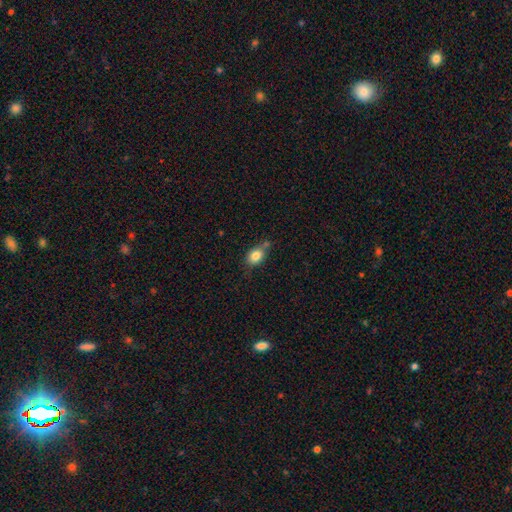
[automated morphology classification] This appears to be a smooth galaxy with no disk features (81%) that is in between round and cigar-shaped (65%). Merging: none (51%).